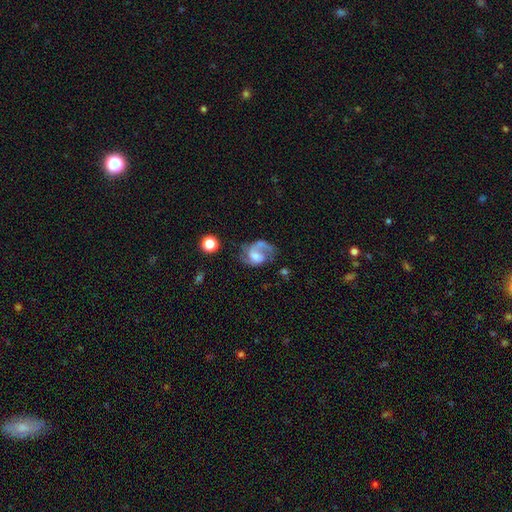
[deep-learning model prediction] Smooth or featured: featured or disk — 74% (smooth — 18%)
Edge-on disk: no — 98% (yes — 2%)
Bar: no — 51% (weak — 40%)
Spiral arms: yes — 92% (no — 8%)
Spiral winding: medium — 47% (loose — 34%)
Spiral arm count: 2 — 50% (1 — 42%)
Bulge size: moderate — 34% (small — 25%)
Merging: none — 46% (major disturbance — 28%)